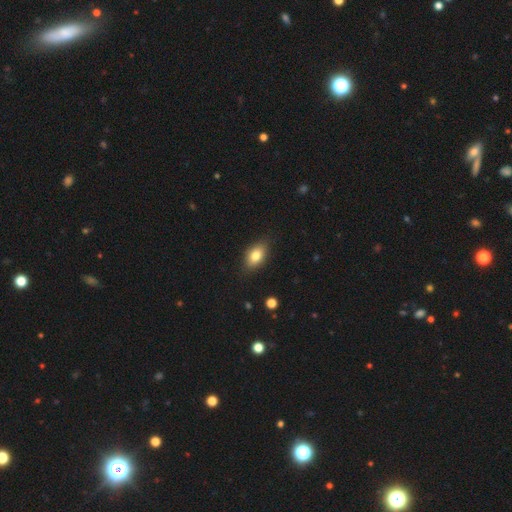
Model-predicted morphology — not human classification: smooth-or-featured: smooth: 79% | featured or disk: 12% | star or artifact: 8%
  how-rounded: in between: 86% | round: 11% | cigar-shaped: 3%
  merging: none: 84% | minor disturbance: 12% | major disturbance: 3% | merger: 1%